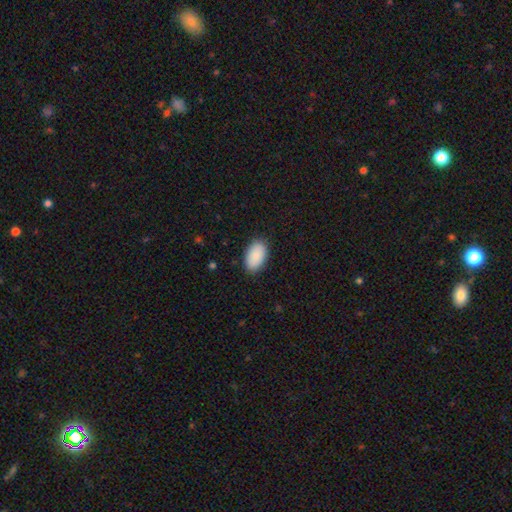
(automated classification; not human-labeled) Smooth or featured? Predicted: smooth (p=0.90). How rounded? Predicted: in between (p=0.95). Merging? Predicted: none (p=0.88).